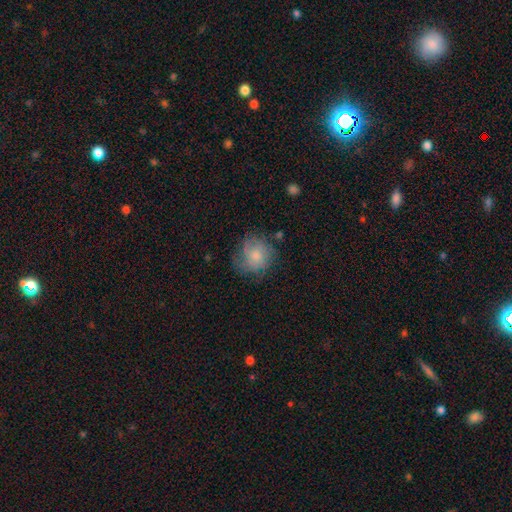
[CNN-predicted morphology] Smooth or featured? Predicted: smooth (p=0.63). How rounded? Predicted: round (p=0.84). Merging? Predicted: none (p=0.62).